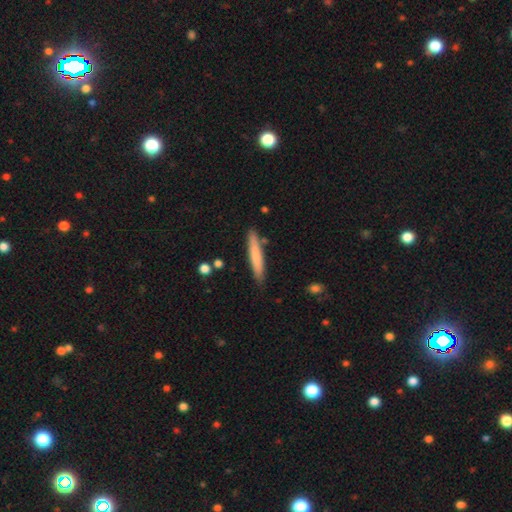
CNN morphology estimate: A smooth galaxy with no disk features (73%) that is cigar-shaped (93%).

Vote fractions:
- Smooth or featured? smooth: 73% / featured or disk: 21% / star or artifact: 6%
- How rounded? cigar-shaped: 93% / in between: 6% / round: 1%
- Merging? none: 84% / minor disturbance: 11% / merger: 3% / major disturbance: 2%